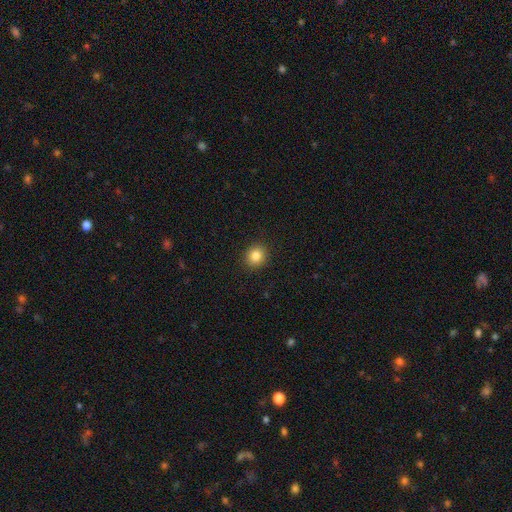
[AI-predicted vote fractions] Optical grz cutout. It shows a smooth galaxy with no disk features (84%) that is round (75%). Merging: none (91%).